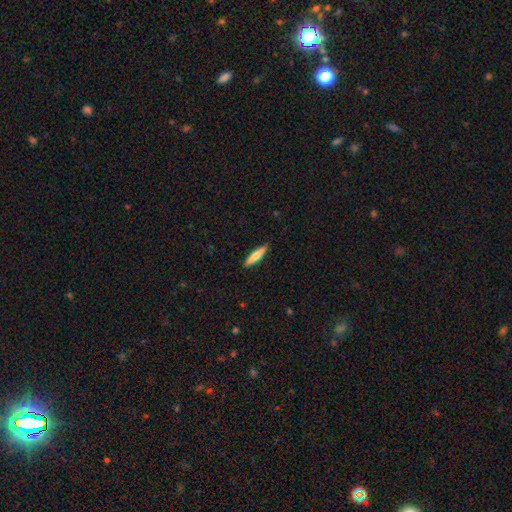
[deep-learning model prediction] Smooth or featured: smooth — 59% (featured or disk — 36%)
How rounded: cigar-shaped — 81% (in between — 17%)
Merging: none — 90% (minor disturbance — 8%)